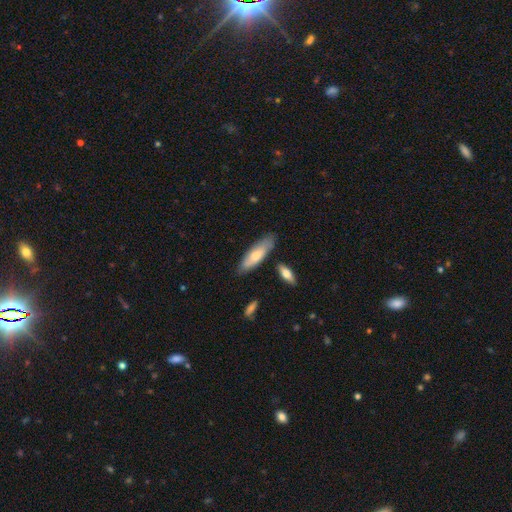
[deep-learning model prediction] Q: Smooth or featured?
A: smooth (66%); runner-up: featured or disk (29%)
Q: How rounded?
A: in between (50%); runner-up: cigar-shaped (49%)
Q: Merging?
A: none (75%); runner-up: minor disturbance (17%)